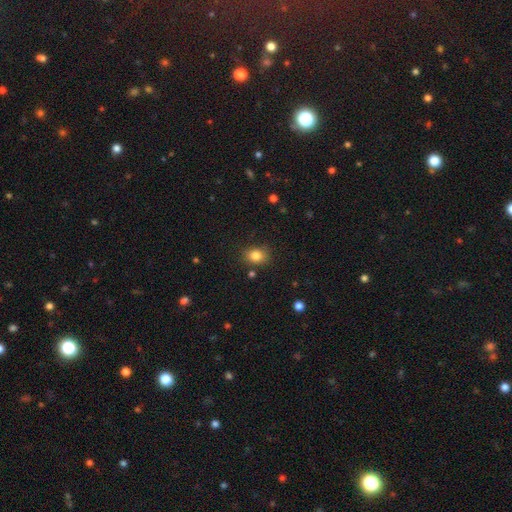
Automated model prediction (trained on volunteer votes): Smooth or featured? smooth (82%)
How rounded? round (52%)
Merging? none (81%)